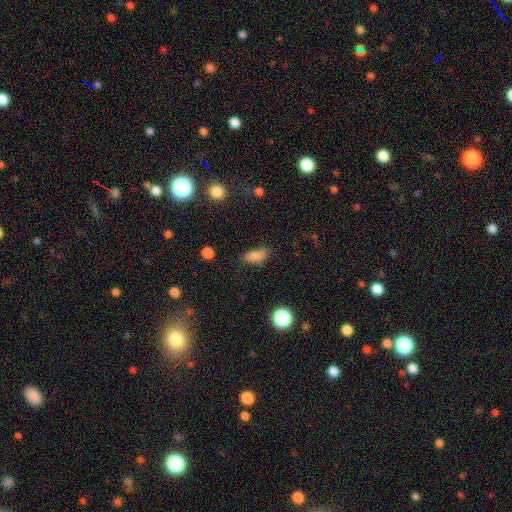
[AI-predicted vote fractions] Smooth or featured: smooth — 81% (star or artifact — 12%)
How rounded: in between — 80% (cigar-shaped — 14%)
Merging: none — 66% (minor disturbance — 24%)